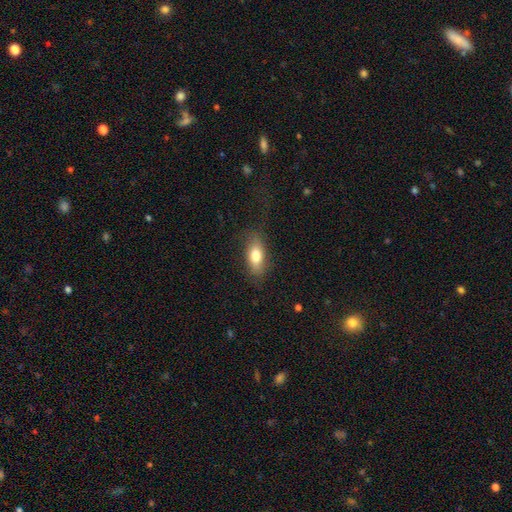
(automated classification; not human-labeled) This appears to be a smooth galaxy with no disk features (78%) that is in between round and cigar-shaped (82%). Merging: none (73%).